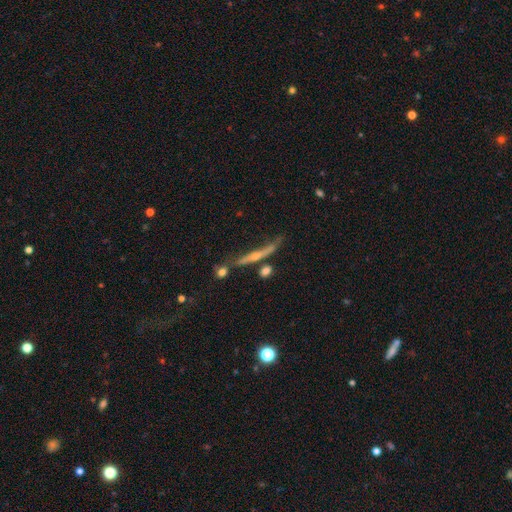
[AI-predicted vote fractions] Q: Smooth or featured?
A: featured or disk (61%); runner-up: smooth (28%)
Q: Edge-on disk?
A: yes (90%); runner-up: no (10%)
Q: Edge-on bulge?
A: rounded (47%); runner-up: none (44%)
Q: Merging?
A: none (59%); runner-up: minor disturbance (19%)